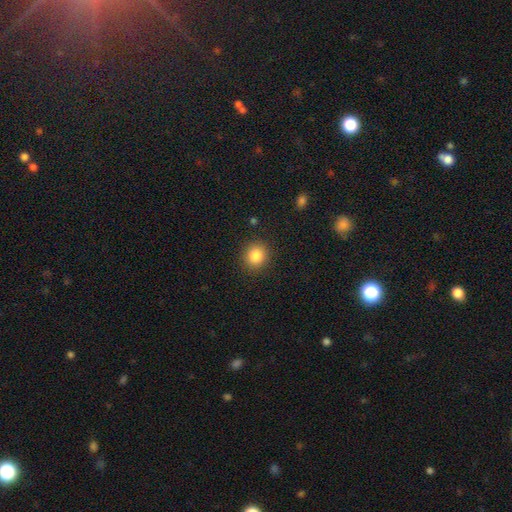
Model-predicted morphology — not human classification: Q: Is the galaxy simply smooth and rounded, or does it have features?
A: smooth — 85%.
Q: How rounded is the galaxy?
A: round — 83%.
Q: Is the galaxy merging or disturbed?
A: none — 89%.